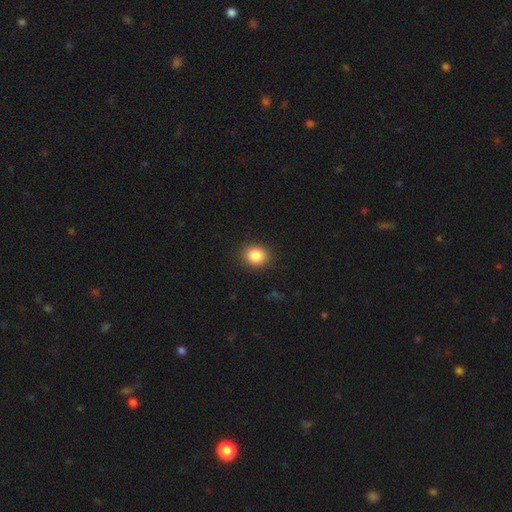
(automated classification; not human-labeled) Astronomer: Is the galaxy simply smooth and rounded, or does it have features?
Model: smooth — 86%.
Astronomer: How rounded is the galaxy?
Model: round — 70%.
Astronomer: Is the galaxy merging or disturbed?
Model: none — 90%.